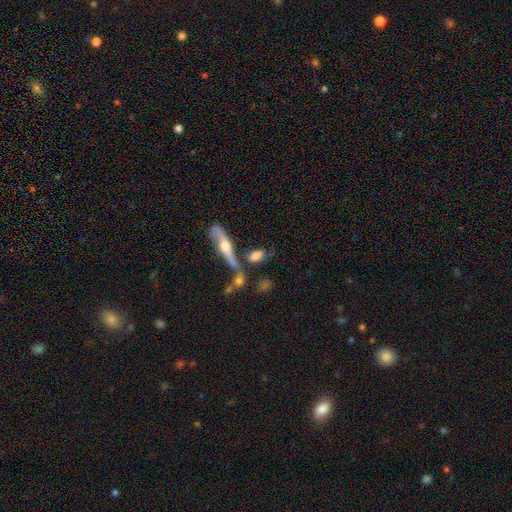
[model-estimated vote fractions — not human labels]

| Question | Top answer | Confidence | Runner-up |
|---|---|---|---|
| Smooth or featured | smooth | 57% | featured or disk (35%) |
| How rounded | in between | 69% | cigar-shaped (23%) |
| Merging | none | 46% | merger (29%) |